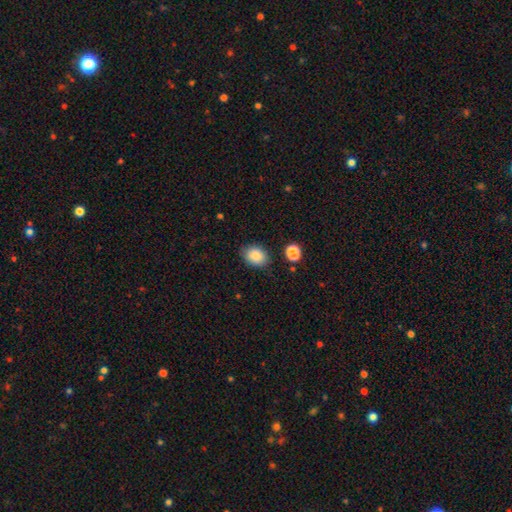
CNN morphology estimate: The model was most divided on "how rounded": in between: 69%, round: 30%, cigar-shaped: 1%. More confident: smooth or featured — smooth (85%); merging — none (80%).